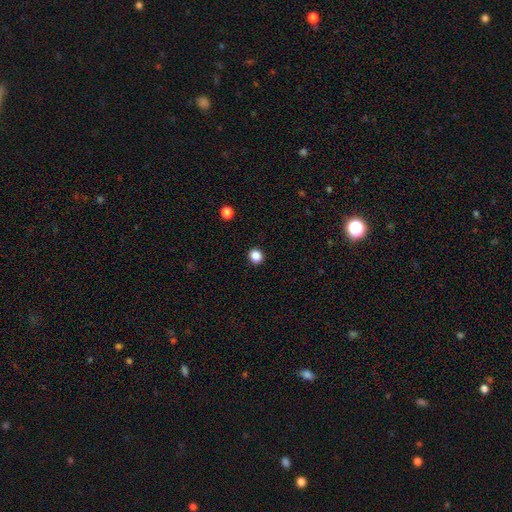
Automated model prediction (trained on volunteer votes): This appears to be a smooth galaxy with no disk features (86%) that is round (85%). Merging: none (93%).